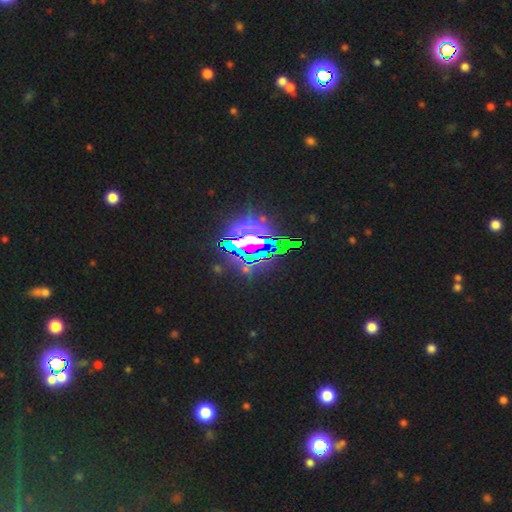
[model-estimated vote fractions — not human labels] A star or artifact, not a galaxy (82%).